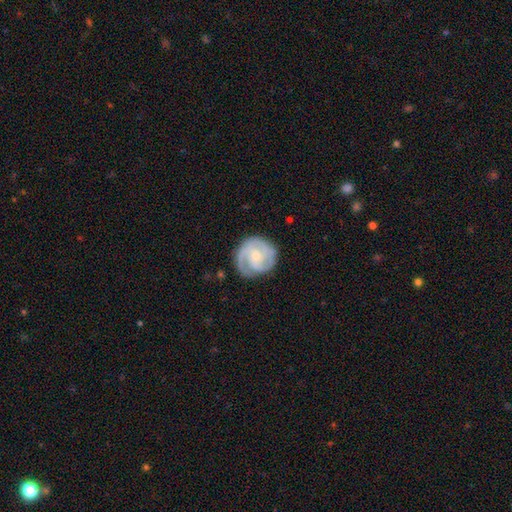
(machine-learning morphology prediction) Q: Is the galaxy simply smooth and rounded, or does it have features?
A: featured or disk — 85%.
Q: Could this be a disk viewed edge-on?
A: no — 98%.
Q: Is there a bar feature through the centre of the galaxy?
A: no — 62%.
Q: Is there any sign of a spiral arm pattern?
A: yes — 97%.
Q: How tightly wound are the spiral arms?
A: tight — 56%.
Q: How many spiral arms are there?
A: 3 — 47%.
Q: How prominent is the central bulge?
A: small — 66%.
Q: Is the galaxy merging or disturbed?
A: none — 79%.